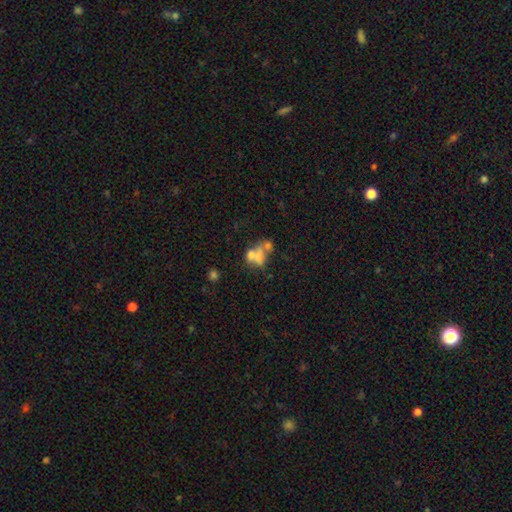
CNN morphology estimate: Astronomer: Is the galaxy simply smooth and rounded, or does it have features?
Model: smooth — 54% (runner-up: featured or disk, 32%).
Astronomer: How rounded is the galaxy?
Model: in between — 68%.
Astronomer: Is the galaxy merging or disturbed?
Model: merger — 57%.